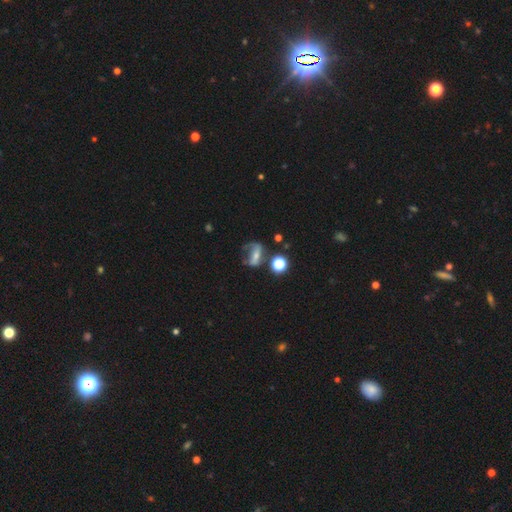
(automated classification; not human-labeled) This appears to be a featured or disk galaxy (55%) with a strong bar (42%), spiral arms (64%) and a small central bulge (51%). Merging: none (38%).